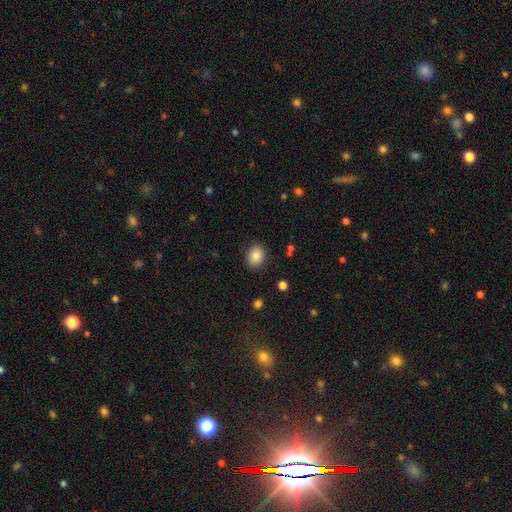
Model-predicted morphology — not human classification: Smooth or featured: smooth — 85% (star or artifact — 9%)
How rounded: round — 56% (in between — 44%)
Merging: none — 87% (minor disturbance — 9%)